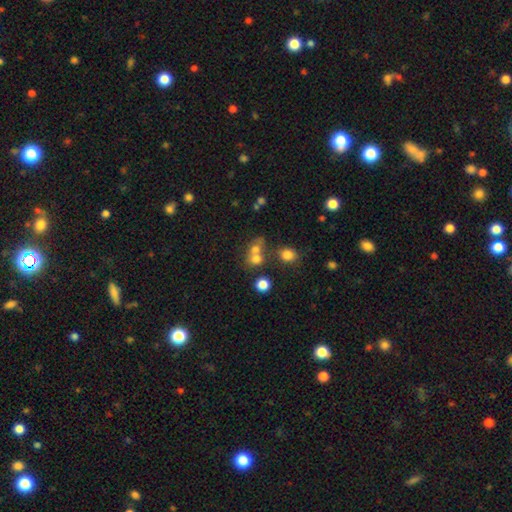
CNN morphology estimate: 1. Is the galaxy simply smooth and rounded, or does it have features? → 67% smooth, 18% star or artifact, 15% featured or disk.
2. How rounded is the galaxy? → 67% round, 32% in between, 2% cigar-shaped.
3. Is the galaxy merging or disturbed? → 51% merger, 35% none, 8% minor disturbance, 6% major disturbance.